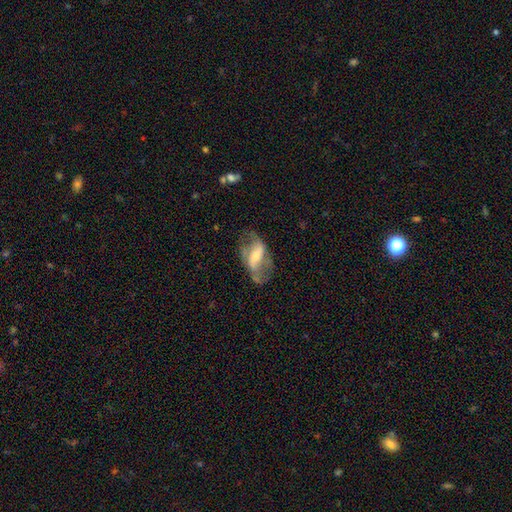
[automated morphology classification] A featured or disk galaxy (72%) with a weak bar (38%), 2 (80%) loose (55%) spiral arms (78%) and a small central bulge (47%). Merging: none (55%).